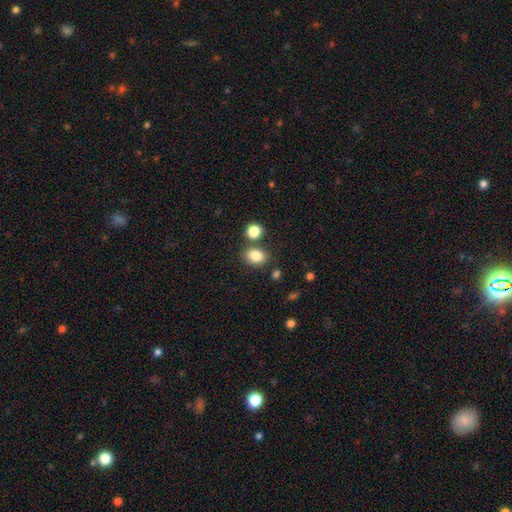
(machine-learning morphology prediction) type=smooth (84%); roundness=in between (58%); merging=none (73%).